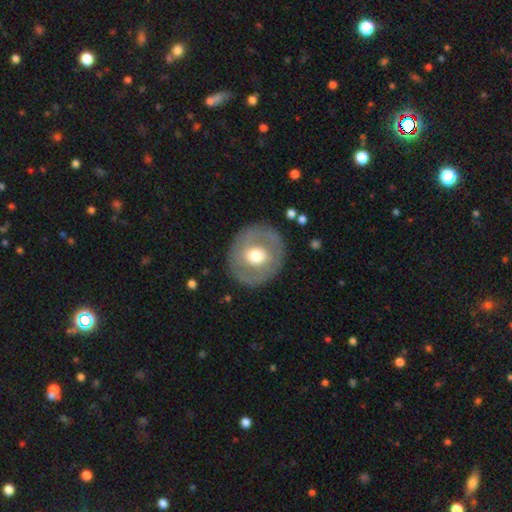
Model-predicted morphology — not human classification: Q: Smooth or featured?
A: featured or disk (51%); runner-up: smooth (43%)
Q: Edge-on disk?
A: no (95%); runner-up: yes (5%)
Q: Merging?
A: none (85%); runner-up: minor disturbance (9%)